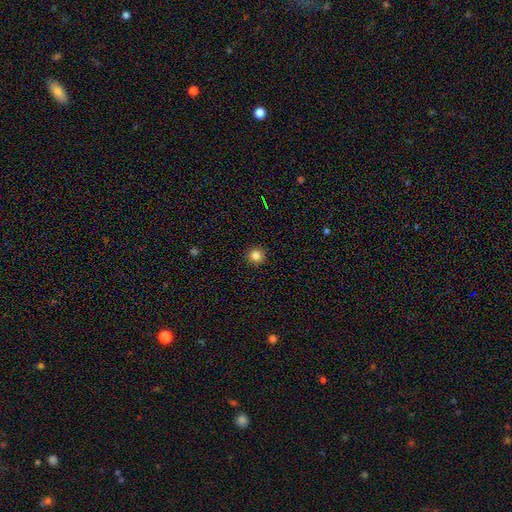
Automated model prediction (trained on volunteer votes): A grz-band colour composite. It shows a smooth galaxy with no disk features (83%) that is round (94%). Merging: none (92%).